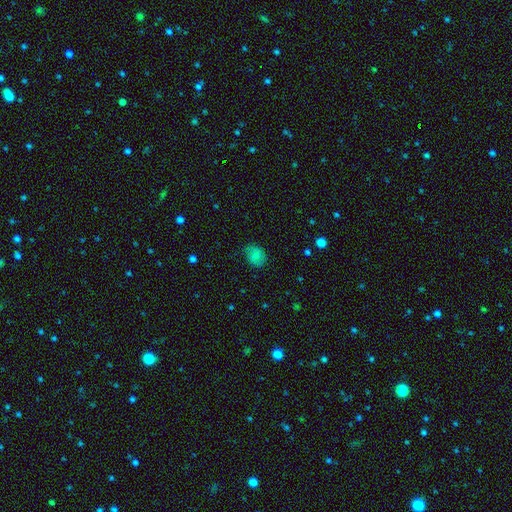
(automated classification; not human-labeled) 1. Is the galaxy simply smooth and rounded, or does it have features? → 71% smooth, 19% featured or disk, 10% star or artifact.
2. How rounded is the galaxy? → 55% round, 44% in between, 1% cigar-shaped.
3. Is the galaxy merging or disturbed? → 62% none, 28% minor disturbance, 10% major disturbance, 1% merger.